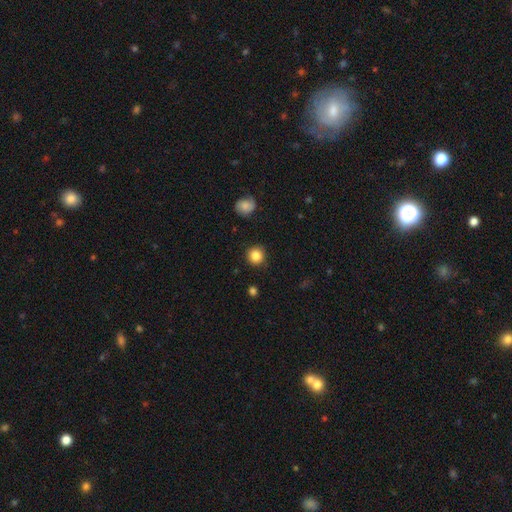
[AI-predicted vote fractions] Overall: smooth (85%). How rounded: round (94%). Merging: none (90%).